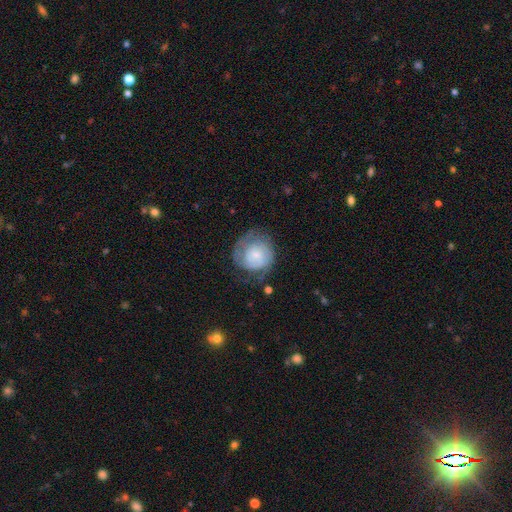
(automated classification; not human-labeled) A featured or disk galaxy (57%) with no bar (72%), spiral arms (79%) and a small central bulge (61%). Merging: none (55%).